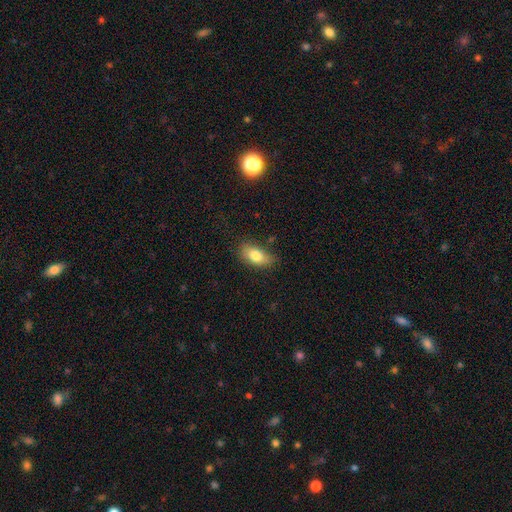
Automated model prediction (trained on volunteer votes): smooth-or-featured: smooth: 80% | featured or disk: 12% | star or artifact: 8%
  how-rounded: in between: 88% | cigar-shaped: 6% | round: 6%
  merging: none: 73% | minor disturbance: 21% | major disturbance: 4% | merger: 2%